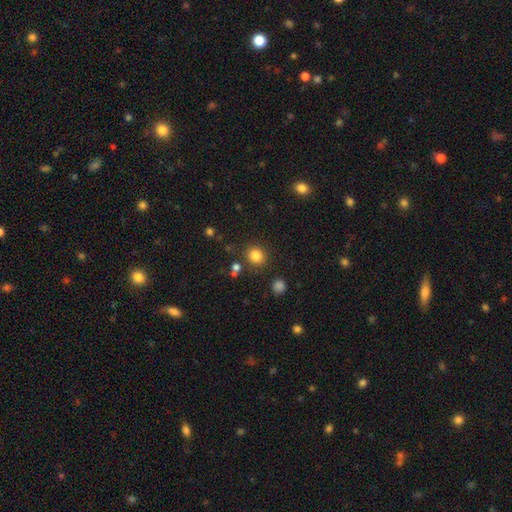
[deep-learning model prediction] A smooth galaxy with no disk features (83%) that is round (79%).

Vote fractions:
- Smooth or featured? smooth: 83% / star or artifact: 12% / featured or disk: 5%
- How rounded? round: 79% / in between: 20% / cigar-shaped: 1%
- Merging? none: 83% / minor disturbance: 9% / merger: 5% / major disturbance: 4%